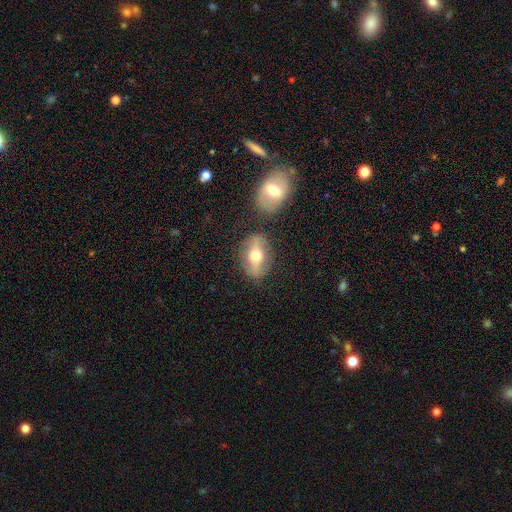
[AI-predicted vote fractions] This is possibly a featured or disk galaxy (51%). It is likely not viewed edge-on (61%). Merging: likely none (74%).